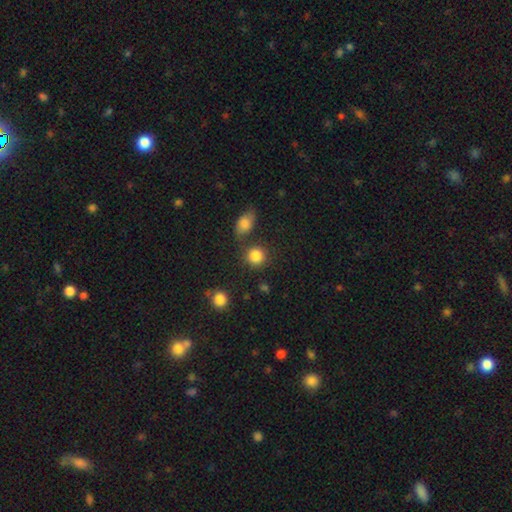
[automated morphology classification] smooth-or-featured: smooth: 85% | star or artifact: 10% | featured or disk: 5%
  how-rounded: round: 87% | in between: 11% | cigar-shaped: 1%
  merging: none: 74% | merger: 12% | minor disturbance: 10% | major disturbance: 4%